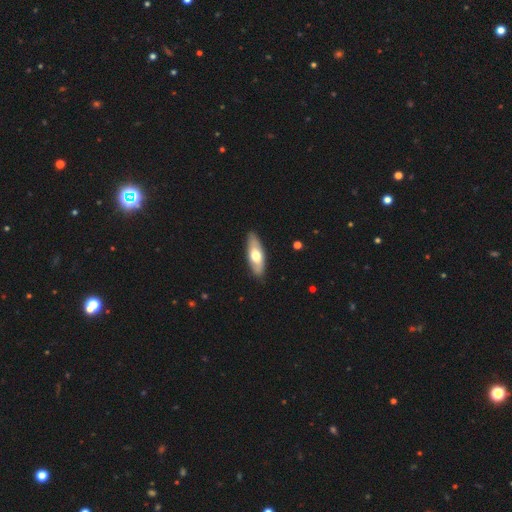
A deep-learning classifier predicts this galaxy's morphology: This appears to be a smooth galaxy with no disk features (58%) that is in between round and cigar-shaped (67%). Merging: none (88%).